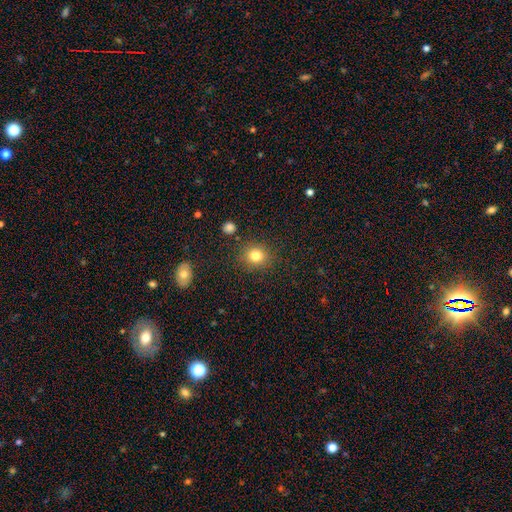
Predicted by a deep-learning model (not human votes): A smooth galaxy with no disk features (81%) that is round (81%). Merging: none (86%).